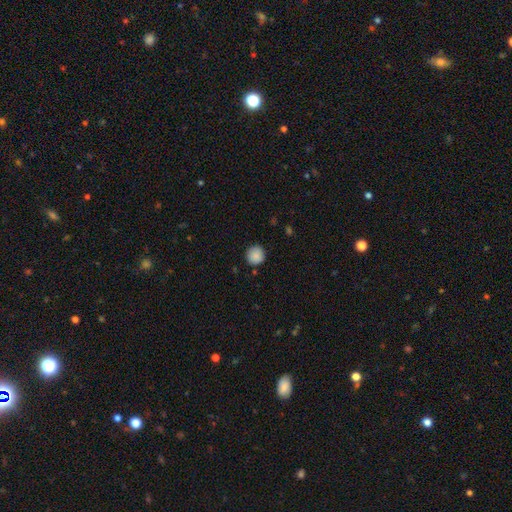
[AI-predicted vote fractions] Smooth or featured? Predicted: smooth (p=0.88). How rounded? Predicted: round (p=0.92). Merging? Predicted: none (p=0.85).